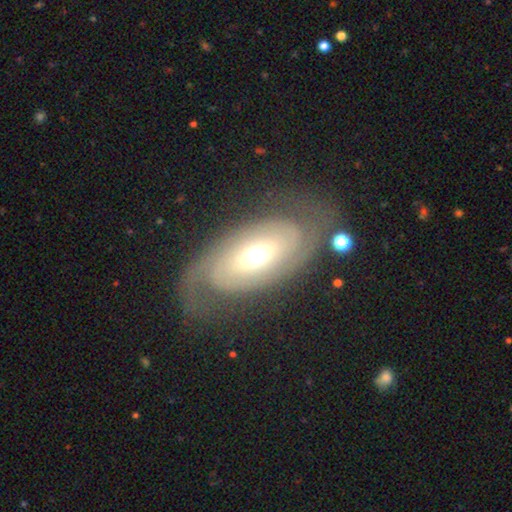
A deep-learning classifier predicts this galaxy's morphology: Smooth or featured? Predicted: featured or disk (p=0.79). Edge-on disk? Predicted: no (p=0.93). Bar? Predicted: no (p=0.57). Spiral arms? Predicted: yes (p=0.89). Spiral winding? Predicted: tight (p=0.50). Spiral arm count? Predicted: 2 (p=0.77). Bulge size? Predicted: moderate (p=0.67). Merging? Predicted: none (p=0.71).